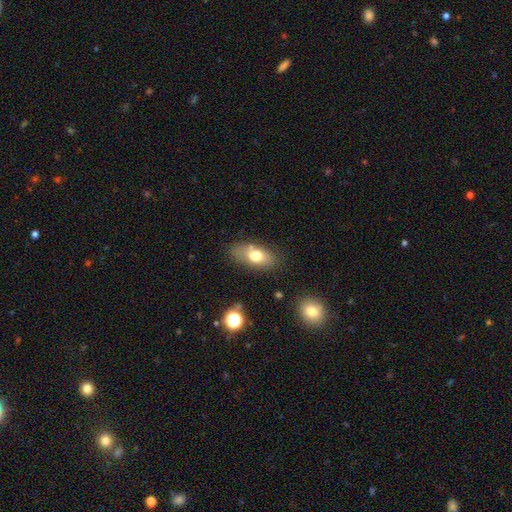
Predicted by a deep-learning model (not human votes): Smooth or featured: smooth — 71% (featured or disk — 21%)
How rounded: in between — 86% (round — 8%)
Merging: none — 74% (minor disturbance — 17%)